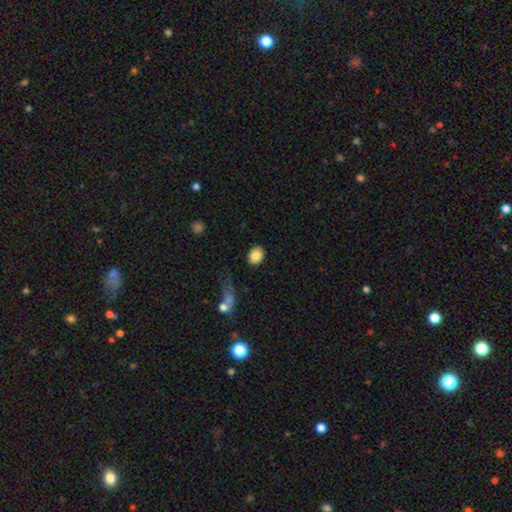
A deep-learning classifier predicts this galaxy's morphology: Smooth or featured? smooth (87%)
How rounded? in between (52%)
Merging? none (85%)